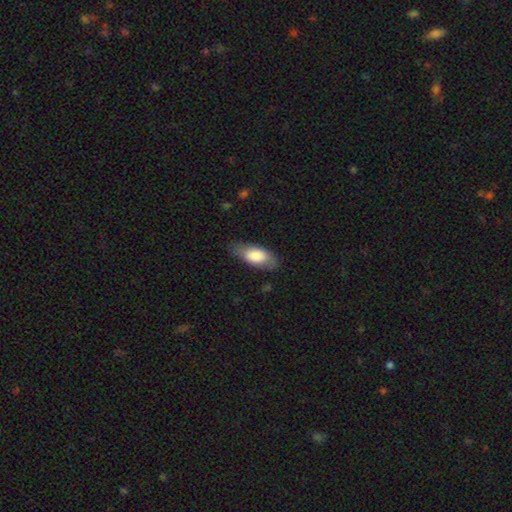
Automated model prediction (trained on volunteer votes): This appears to be a smooth galaxy with no disk features (79%) that is in between round and cigar-shaped (86%). Merging: none (70%).